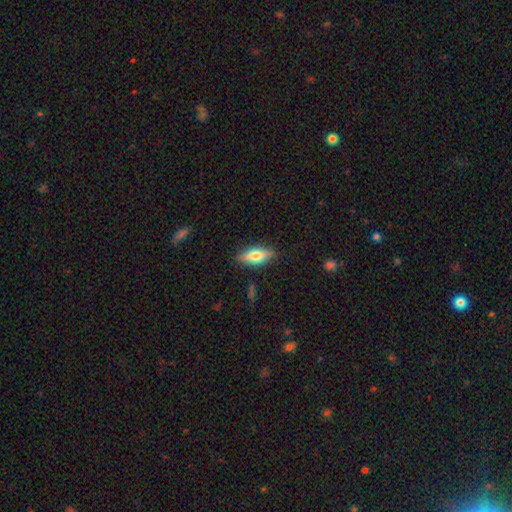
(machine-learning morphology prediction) A smooth galaxy with no disk features (54%) that is in between round and cigar-shaped (62%). Merging: none (85%).